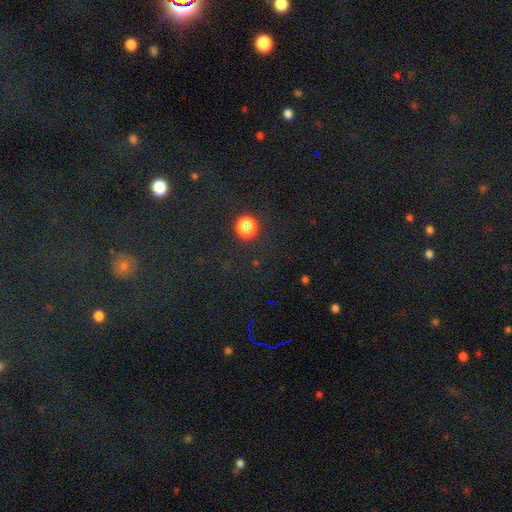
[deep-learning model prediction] Smooth or featured? star or artifact (75%)